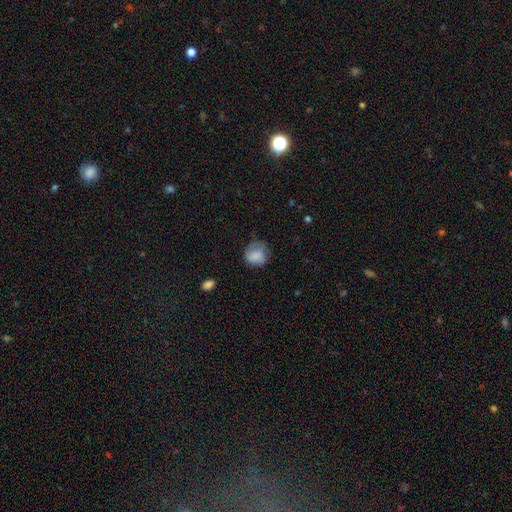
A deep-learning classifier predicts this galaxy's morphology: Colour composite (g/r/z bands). It shows a smooth galaxy with no disk features (79%) that is round (75%). Merging: none (58%).